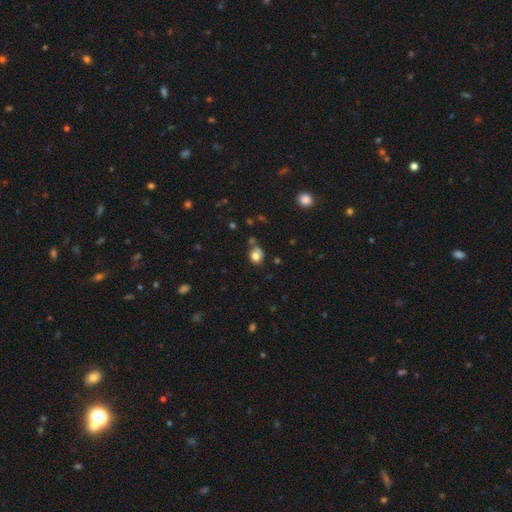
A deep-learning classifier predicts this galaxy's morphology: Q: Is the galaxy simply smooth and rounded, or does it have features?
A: smooth — 80%.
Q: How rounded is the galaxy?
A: round — 69%.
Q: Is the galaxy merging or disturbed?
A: none — 64%.